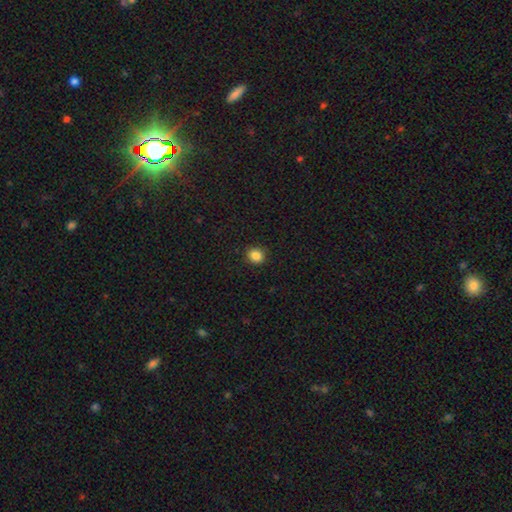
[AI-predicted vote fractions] Morphology: type=smooth (86%); roundness=round (76%); merging=none (90%).